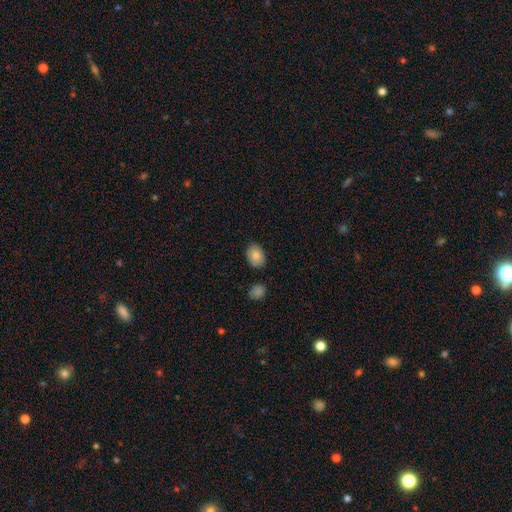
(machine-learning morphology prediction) This is clearly a smooth galaxy (85%). How rounded: clearly in between (81%). Merging: clearly none (83%).